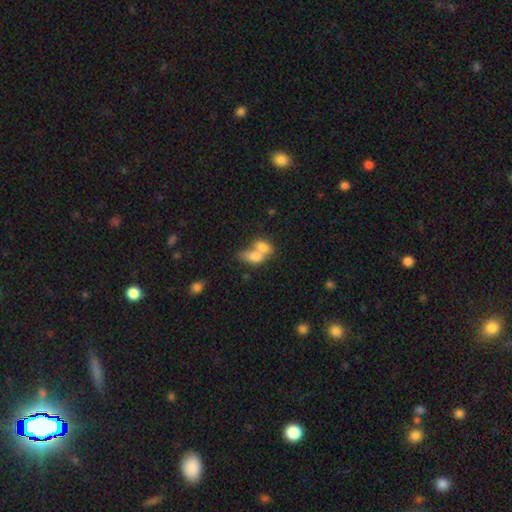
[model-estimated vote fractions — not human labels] Morphology: type=smooth (77%); roundness=in between (83%); merging=merger (74%).